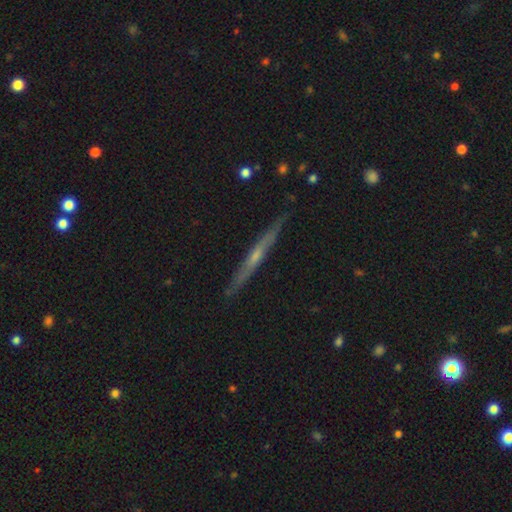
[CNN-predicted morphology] Overall: featured or disk (75%). Edge-on disk: yes (97%). Edge-on bulge: rounded (66%; none 28%). Merging: none (88%).